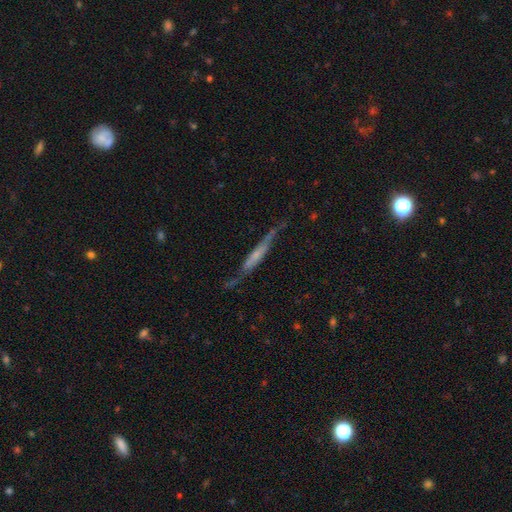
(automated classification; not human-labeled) Smooth or featured? featured or disk (65%)
Edge-on disk? yes (77%)
Merging? none (56%)